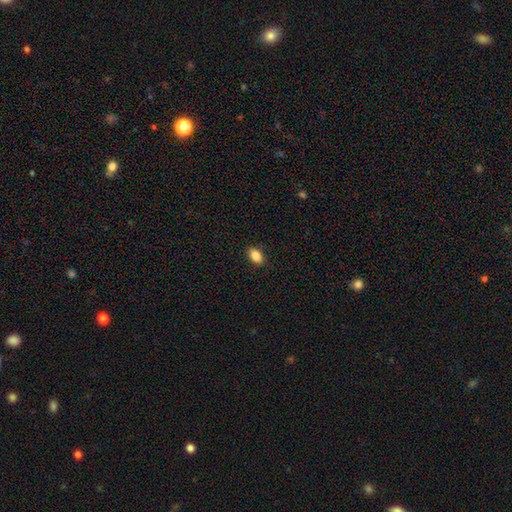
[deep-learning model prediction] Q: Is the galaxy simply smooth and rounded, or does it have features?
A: smooth — 86%.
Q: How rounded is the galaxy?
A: in between — 88%.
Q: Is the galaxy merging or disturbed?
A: none — 88%.